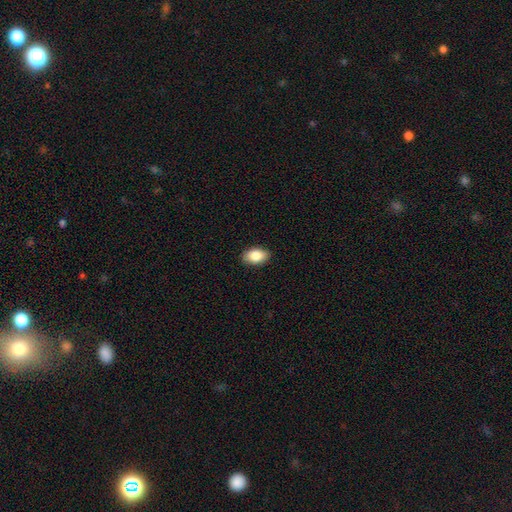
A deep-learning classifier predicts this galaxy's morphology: This appears to be a smooth galaxy with no disk features (86%) that is in between round and cigar-shaped (89%). Merging: none (89%).